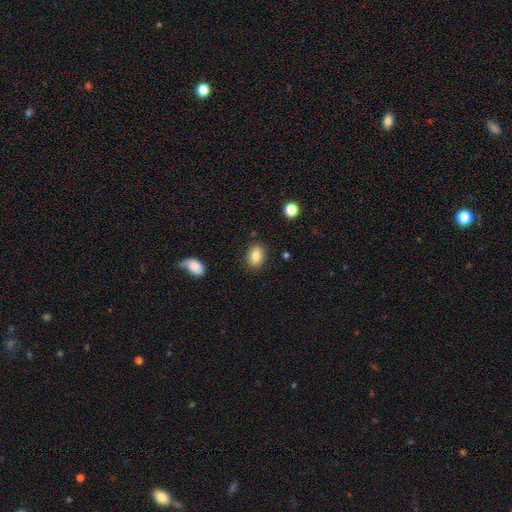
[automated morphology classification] Overall: smooth (83%). How rounded: in between (75%). Merging: none (86%).